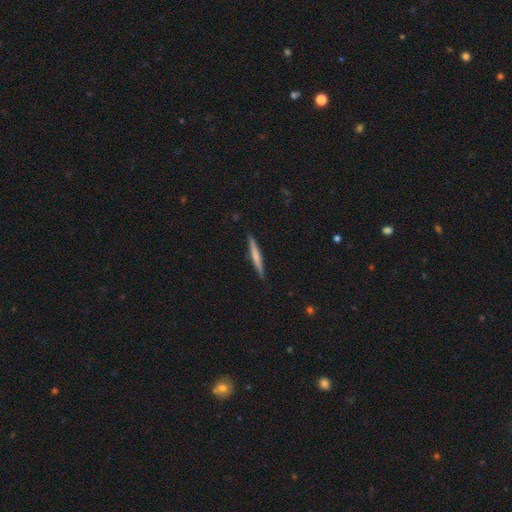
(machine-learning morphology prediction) Smooth or featured: smooth — 51% (featured or disk — 44%)
How rounded: cigar-shaped — 95% (in between — 3%)
Merging: none — 90% (minor disturbance — 8%)